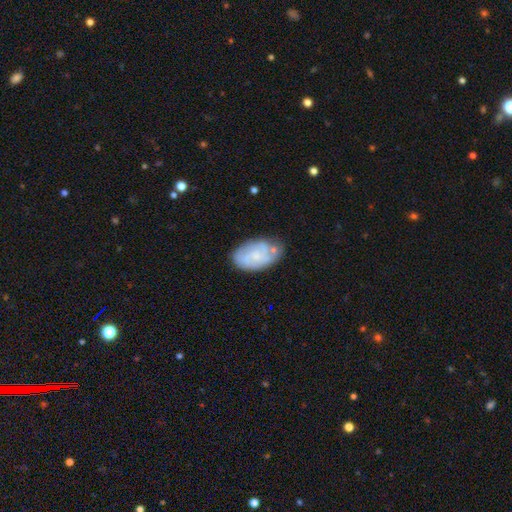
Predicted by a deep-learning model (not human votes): Overall: featured or disk (53%; smooth 40%). Edge-on disk: no (96%). Bar: no (69%). Spiral arms: yes (74%). Bulge size: small (50%; none 24%). Merging: none (63%; minor disturbance 24%).